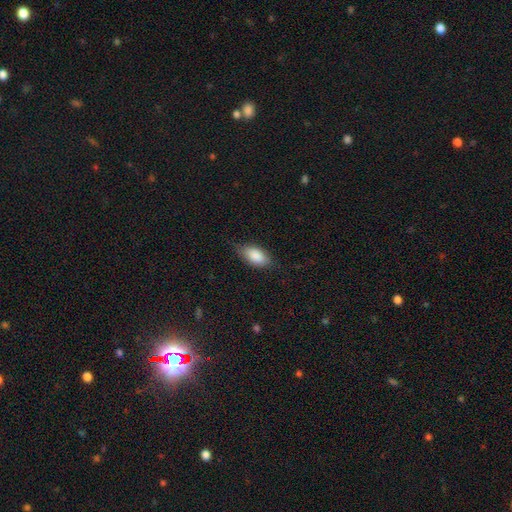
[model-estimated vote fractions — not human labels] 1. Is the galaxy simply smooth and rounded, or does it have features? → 85% smooth, 8% featured or disk, 6% star or artifact.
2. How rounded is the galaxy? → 91% in between, 6% cigar-shaped, 3% round.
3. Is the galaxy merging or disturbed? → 70% none, 24% minor disturbance, 5% major disturbance, 1% merger.